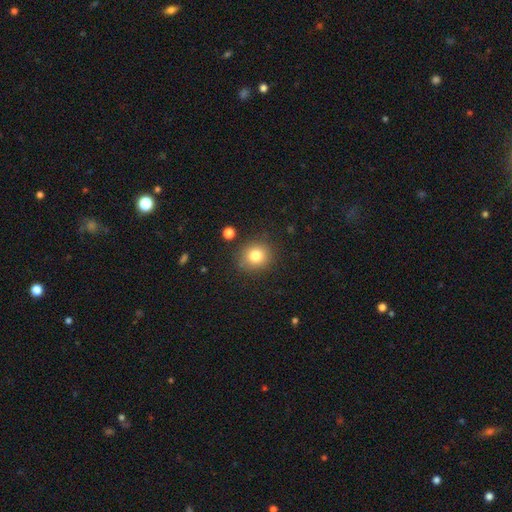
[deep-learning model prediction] Overall: smooth (80%). How rounded: round (85%). Merging: none (85%).